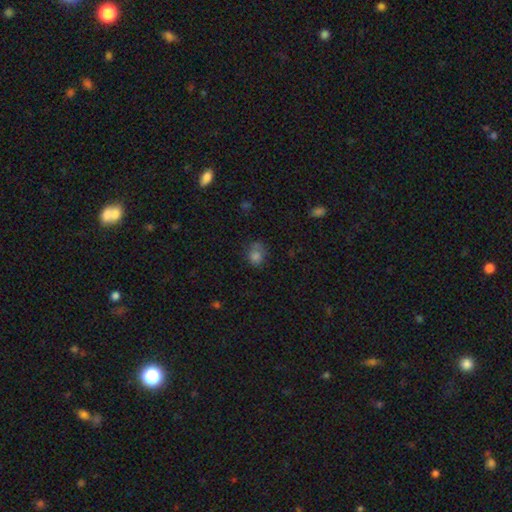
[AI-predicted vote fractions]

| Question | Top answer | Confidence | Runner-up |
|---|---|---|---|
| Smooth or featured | smooth | 75% | star or artifact (15%) |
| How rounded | round | 58% | in between (41%) |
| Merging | none | 49% | minor disturbance (26%) |